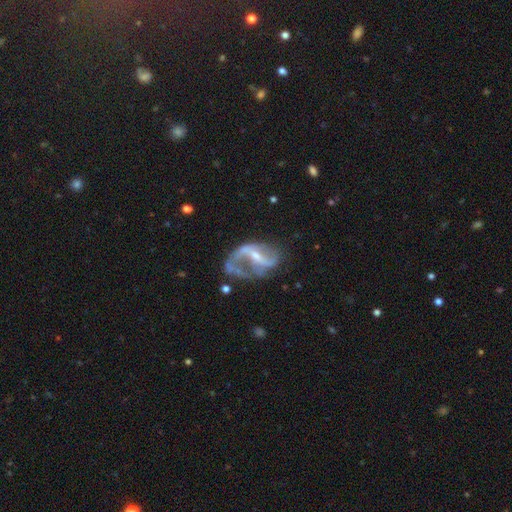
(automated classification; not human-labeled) Morphology: type=featured or disk (82%); edge-on=no (96%); bar=weak (42%); spiral arms=yes (82%); winding=loose (53%); arm count=2 (60%); bulge=small (59%); merging=major disturbance (39%).